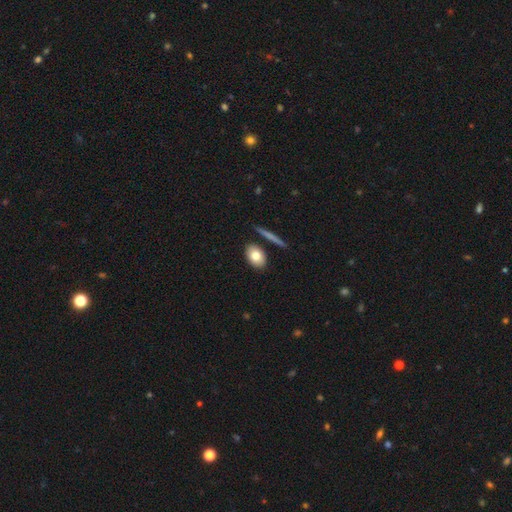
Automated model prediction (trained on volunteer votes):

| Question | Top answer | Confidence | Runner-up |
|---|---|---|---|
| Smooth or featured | smooth | 78% | featured or disk (15%) |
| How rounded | in between | 80% | round (16%) |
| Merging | none | 80% | minor disturbance (11%) |